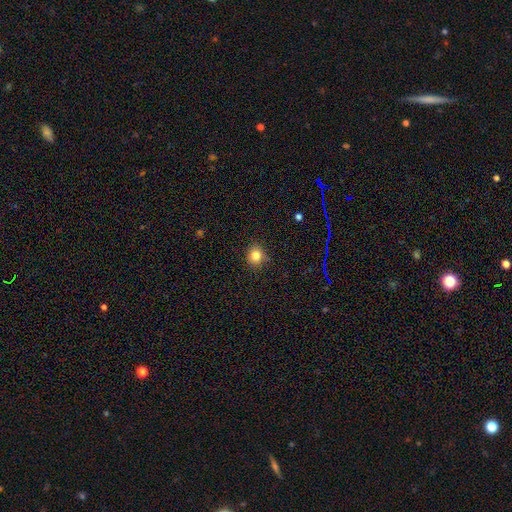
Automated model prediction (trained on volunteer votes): Morphology: type=smooth (82%); roundness=round (77%); merging=none (86%).